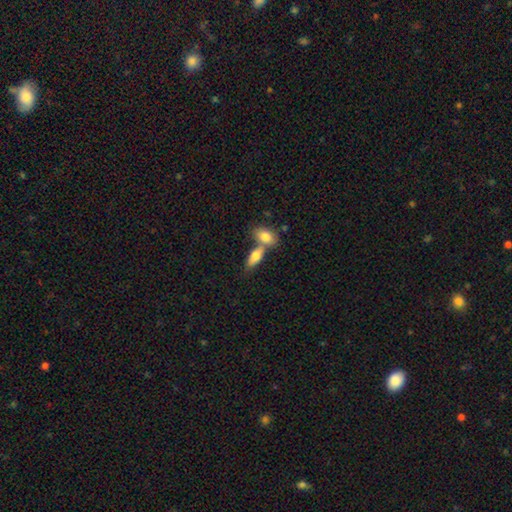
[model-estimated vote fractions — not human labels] smooth 77%, featured or disk 16%, star or artifact 7%. Down the decision tree: how rounded — in between (81%); merging — merger (54%).